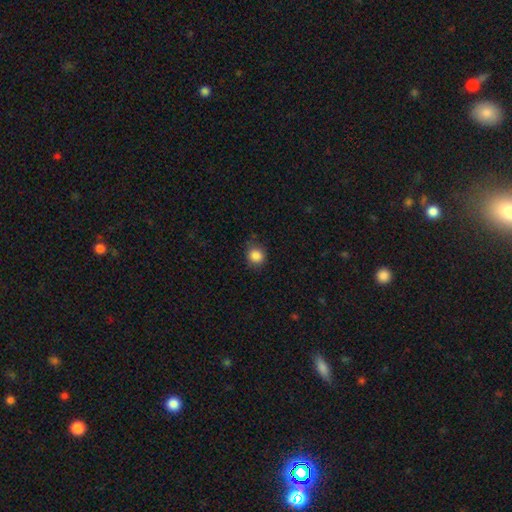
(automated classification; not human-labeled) Overall: smooth (86%). How rounded: round (84%). Merging: none (80%).